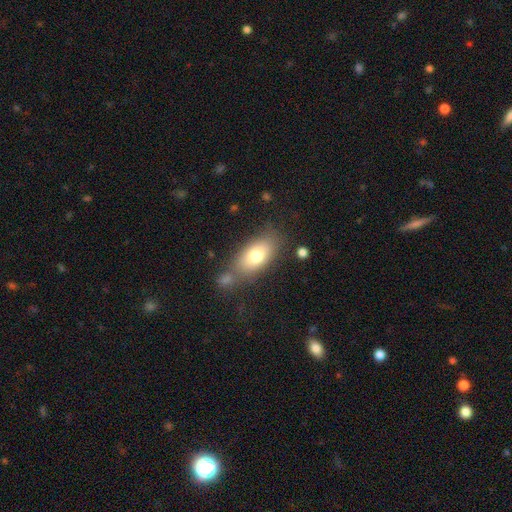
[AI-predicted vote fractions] A smooth galaxy with no disk features (74%) that is in between round and cigar-shaped (87%). Merging: none (63%).